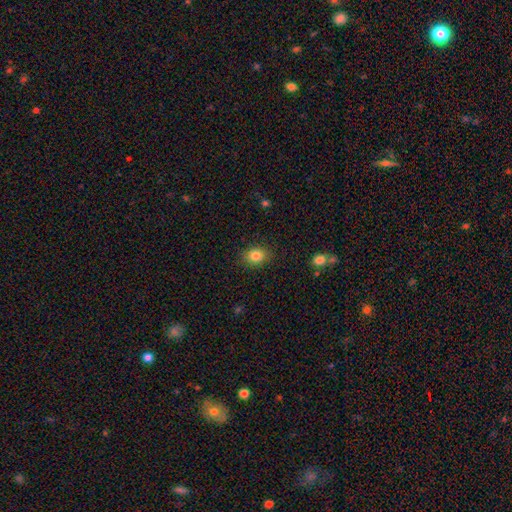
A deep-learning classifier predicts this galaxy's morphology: smooth 84%, star or artifact 10%, featured or disk 6%. Down the decision tree: how rounded — in between (51%); merging — none (87%).